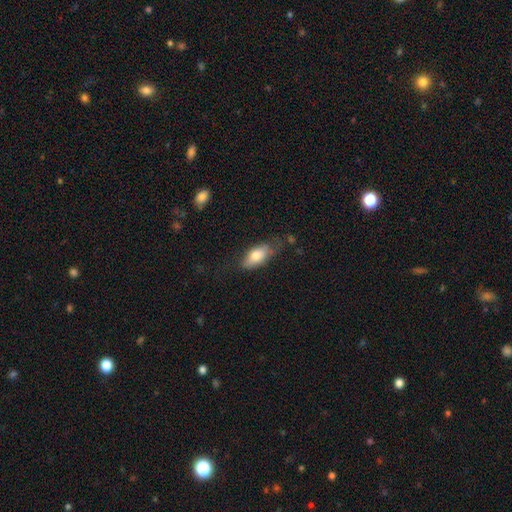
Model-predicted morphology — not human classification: smooth 73%, featured or disk 20%, star or artifact 7%. Down the decision tree: how rounded — in between (86%); merging — none (57%).